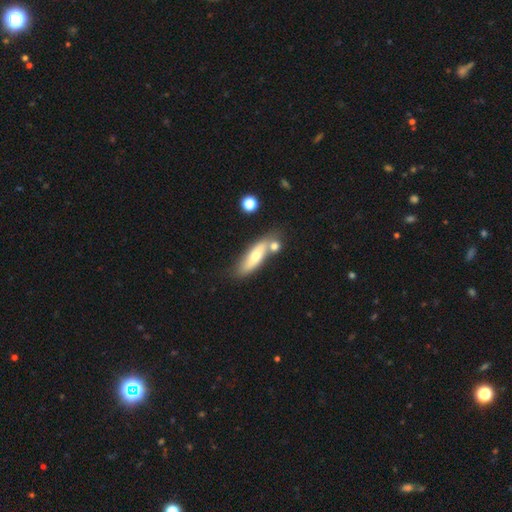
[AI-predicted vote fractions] Smooth or featured: smooth — 61% (featured or disk — 32%)
How rounded: in between — 49% (tied with cigar-shaped — 49%)
Merging: none — 56% (merger — 24%)